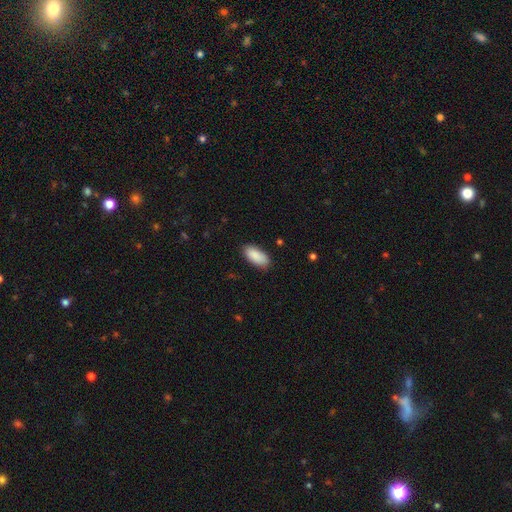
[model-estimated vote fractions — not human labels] This is clearly a smooth galaxy (90%). How rounded: clearly in between (91%). Merging: clearly none (86%).